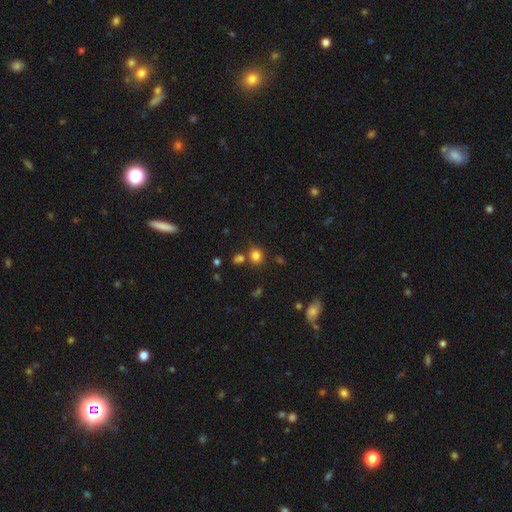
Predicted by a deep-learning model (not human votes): A smooth galaxy with no disk features (79%) that is round (79%). Merging: none (73%).